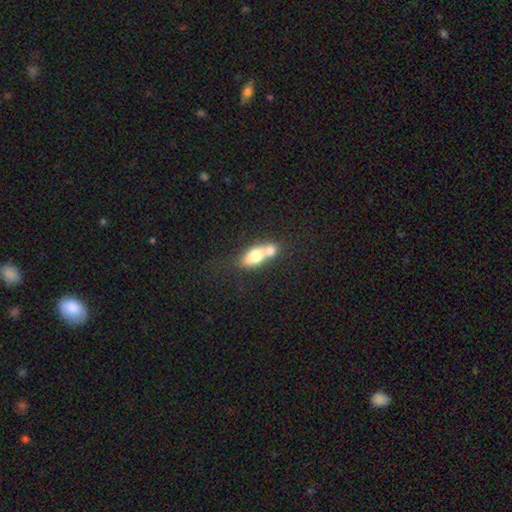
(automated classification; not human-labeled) A smooth galaxy with no disk features (68%) that is in between round and cigar-shaped (74%). Merging: merger (62%).